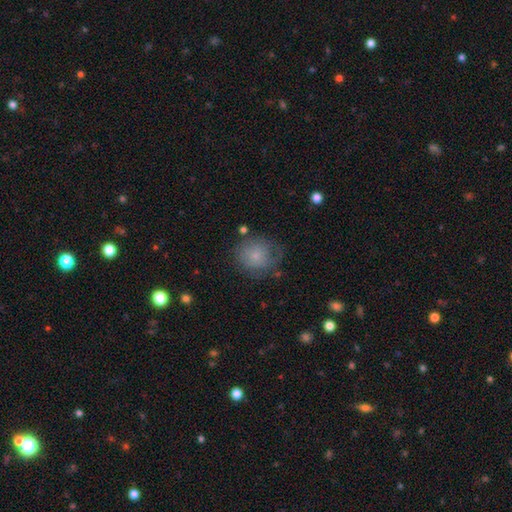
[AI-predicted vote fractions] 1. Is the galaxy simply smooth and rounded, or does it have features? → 71% smooth, 19% featured or disk, 10% star or artifact.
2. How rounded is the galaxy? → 84% round, 15% in between, 1% cigar-shaped.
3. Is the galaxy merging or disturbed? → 59% none, 25% minor disturbance, 14% major disturbance, 3% merger.